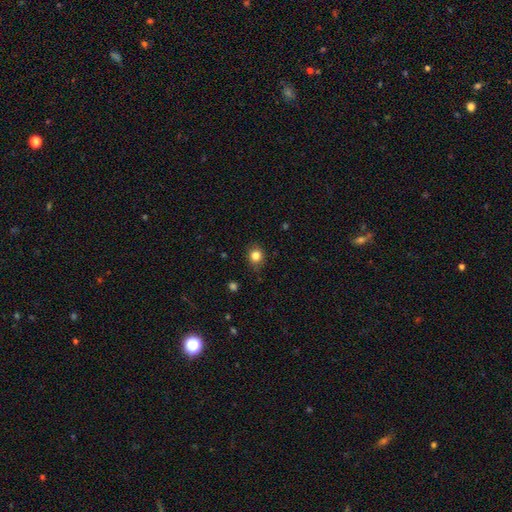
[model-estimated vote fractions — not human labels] Smooth or featured?
  - smooth: 84% *
  - star or artifact: 11%
  - featured or disk: 5%
How rounded?
  - round: 75% *
  - in between: 24%
  - cigar-shaped: 1%
Merging?
  - none: 83% *
  - minor disturbance: 13%
  - major disturbance: 3%
  - merger: 1%